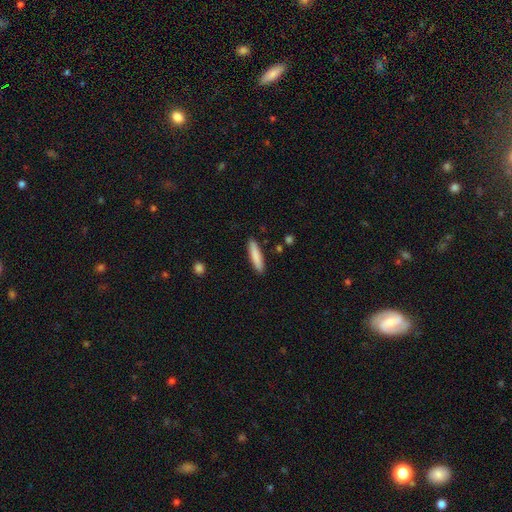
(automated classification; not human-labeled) Smooth or featured? Predicted: smooth (p=0.83). How rounded? Predicted: cigar-shaped (p=0.86). Merging? Predicted: none (p=0.90).